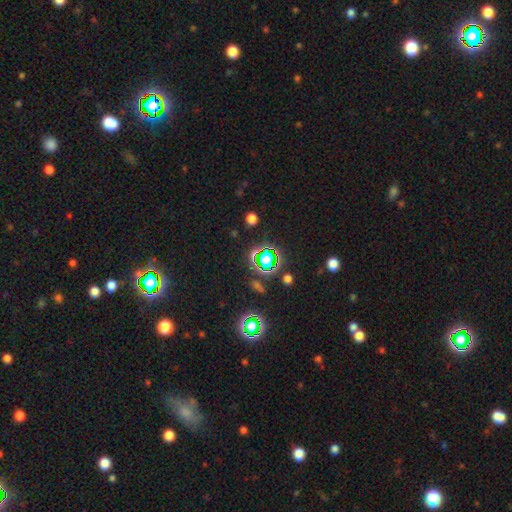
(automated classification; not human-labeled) star or artifact 64%, smooth 26%, featured or disk 10%.